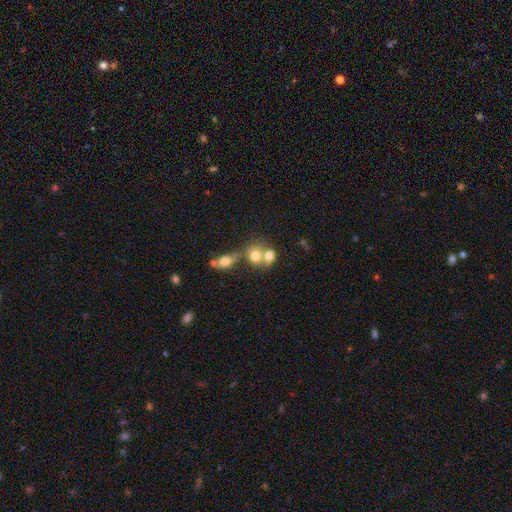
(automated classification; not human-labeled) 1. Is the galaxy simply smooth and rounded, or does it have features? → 73% smooth, 16% featured or disk, 11% star or artifact.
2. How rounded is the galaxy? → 64% round, 35% in between, 1% cigar-shaped.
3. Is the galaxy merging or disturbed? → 61% merger, 28% none, 7% minor disturbance, 4% major disturbance.